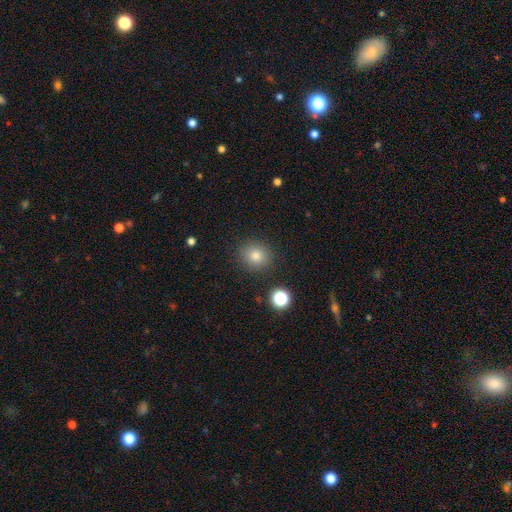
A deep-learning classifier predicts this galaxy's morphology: smooth 79%, star or artifact 14%, featured or disk 7%. Down the decision tree: how rounded — round (84%); merging — none (88%).